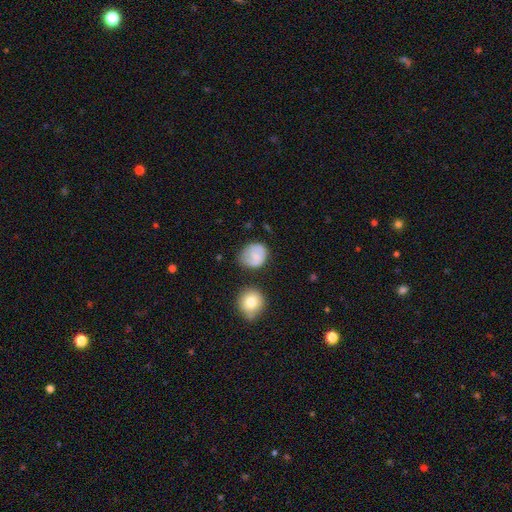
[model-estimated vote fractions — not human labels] A smooth galaxy with no disk features (65%) that is round (70%).

Vote fractions:
- Smooth or featured? smooth: 65% / featured or disk: 27% / star or artifact: 8%
- How rounded? round: 70% / in between: 29% / cigar-shaped: 1%
- Merging? none: 60% / minor disturbance: 27% / major disturbance: 9% / merger: 3%